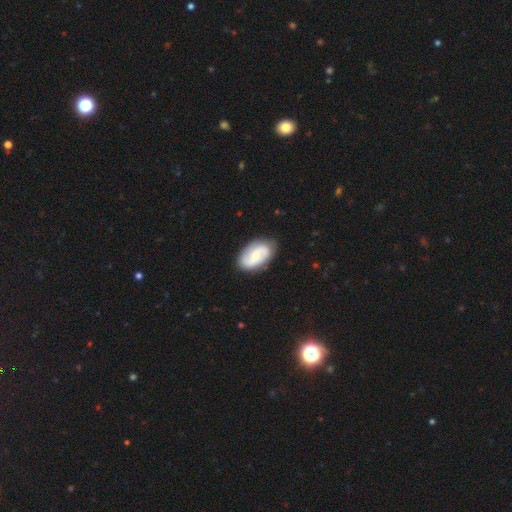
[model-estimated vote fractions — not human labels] Q: Smooth or featured?
A: featured or disk (67%); runner-up: smooth (28%)
Q: Edge-on disk?
A: no (97%); runner-up: yes (3%)
Q: Bar?
A: no (48%); runner-up: weak (42%)
Q: Spiral arms?
A: yes (91%); runner-up: no (9%)
Q: Spiral winding?
A: medium (43%); runner-up: loose (31%)
Q: Spiral arm count?
A: 2 (86%); runner-up: can't tell (8%)
Q: Bulge size?
A: small (47%); runner-up: moderate (44%)
Q: Merging?
A: none (82%); runner-up: minor disturbance (13%)